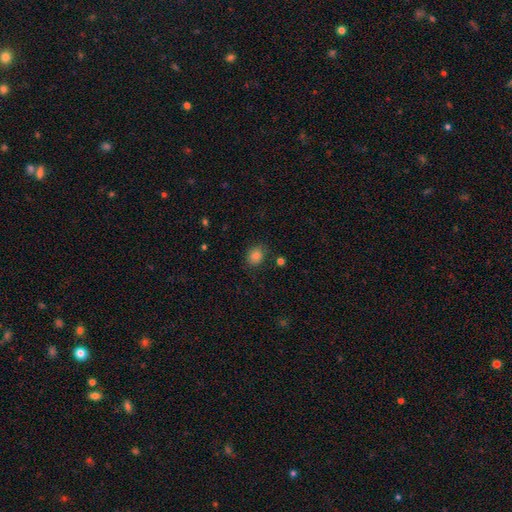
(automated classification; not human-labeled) The model was most divided on "how rounded": round: 57%, in between: 42%, cigar-shaped: 1%. More confident: smooth or featured — smooth (83%); merging — none (80%).